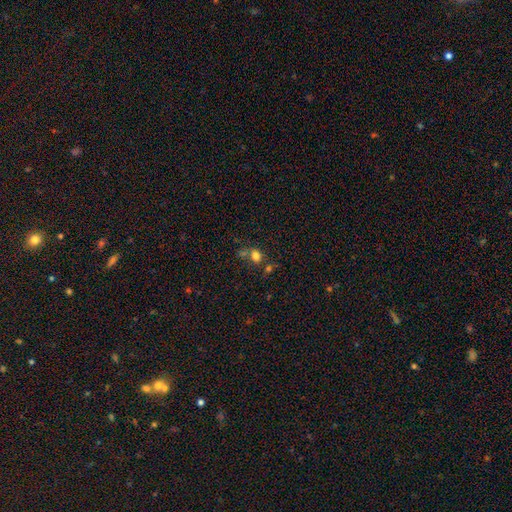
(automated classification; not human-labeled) The model was most divided on "how rounded": round: 58%, in between: 41%, cigar-shaped: 1%. More confident: smooth or featured — smooth (74%); merging — none (55%).